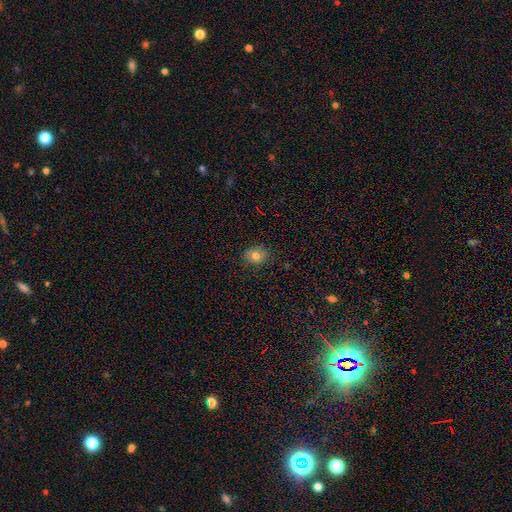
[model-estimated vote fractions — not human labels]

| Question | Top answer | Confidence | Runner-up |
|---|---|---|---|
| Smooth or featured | smooth | 78% | star or artifact (12%) |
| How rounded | round | 64% | in between (35%) |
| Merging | none | 85% | minor disturbance (11%) |